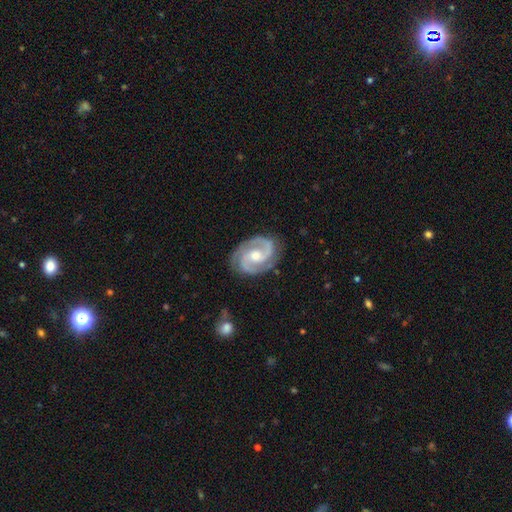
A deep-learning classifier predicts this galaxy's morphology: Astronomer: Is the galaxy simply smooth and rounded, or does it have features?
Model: featured or disk — 92%.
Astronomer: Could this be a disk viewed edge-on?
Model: no — 98%.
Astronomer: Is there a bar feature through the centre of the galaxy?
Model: no — 49% (runner-up: weak, 40%).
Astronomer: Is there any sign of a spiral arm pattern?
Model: yes — 98%.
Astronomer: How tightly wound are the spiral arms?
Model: medium — 49% (runner-up: tight, 43%).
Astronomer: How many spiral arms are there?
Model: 2 — 87%.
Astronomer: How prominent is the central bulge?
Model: moderate — 68%.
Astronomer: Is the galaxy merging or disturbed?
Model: none — 81%.